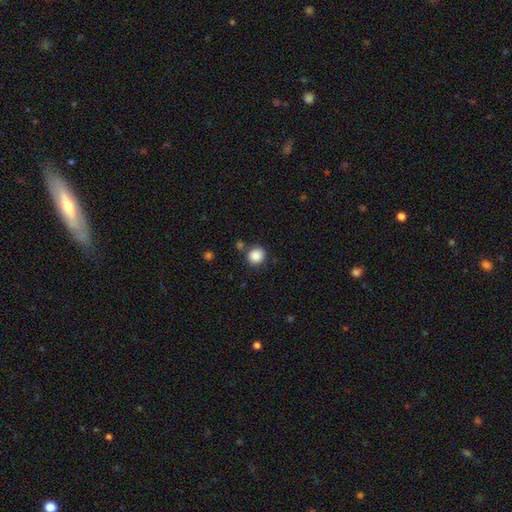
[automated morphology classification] smooth-or-featured: smooth: 88% | star or artifact: 9% | featured or disk: 3%
  how-rounded: round: 86% | in between: 13% | cigar-shaped: 1%
  merging: none: 80% | minor disturbance: 10% | merger: 7% | major disturbance: 3%